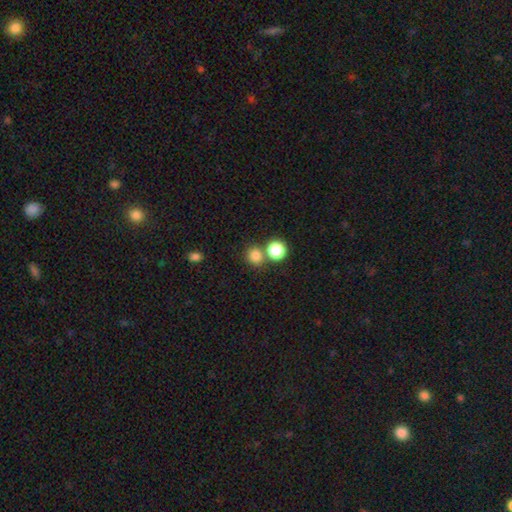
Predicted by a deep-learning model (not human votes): Smooth or featured? Predicted: smooth (p=0.81). How rounded? Predicted: round (p=0.87). Merging? Predicted: none (p=0.62).